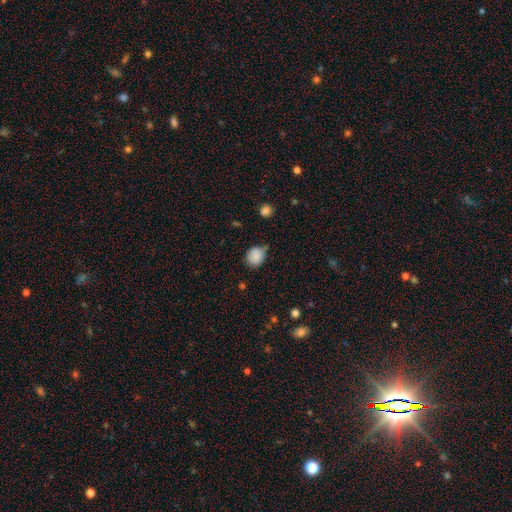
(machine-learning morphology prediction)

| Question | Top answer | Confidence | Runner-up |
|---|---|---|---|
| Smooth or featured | smooth | 85% | star or artifact (9%) |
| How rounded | round | 73% | in between (26%) |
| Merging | none | 53% | minor disturbance (34%) |